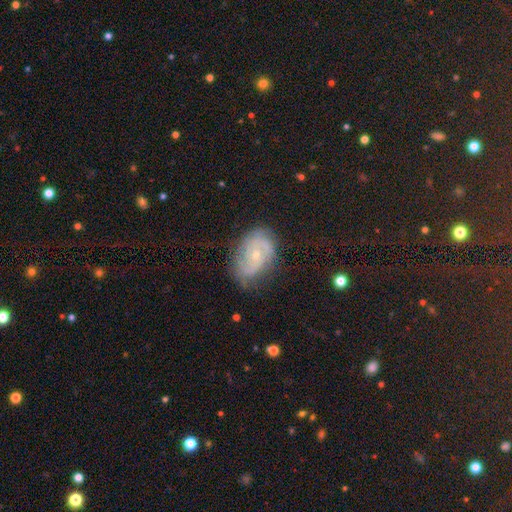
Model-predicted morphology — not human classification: A featured or disk galaxy (76%) with no bar (71%), 2 (46%) tight (52%) spiral arms (92%) and a small central bulge (65%). Merging: none (69%).